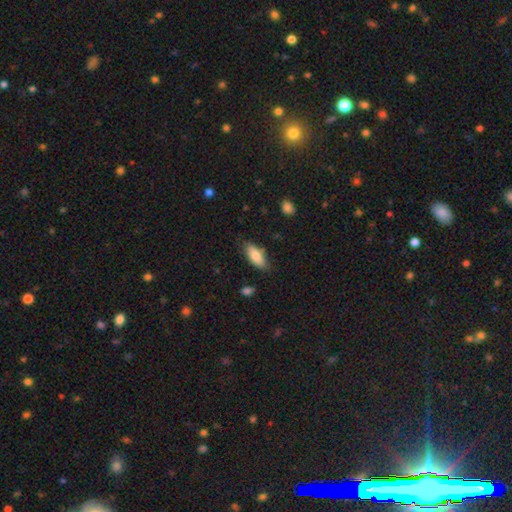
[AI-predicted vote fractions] Smooth or featured?
  - smooth: 82% *
  - featured or disk: 12%
  - star or artifact: 7%
How rounded?
  - in between: 78% *
  - cigar-shaped: 20%
  - round: 2%
Merging?
  - none: 77% *
  - minor disturbance: 17%
  - major disturbance: 3%
  - merger: 2%